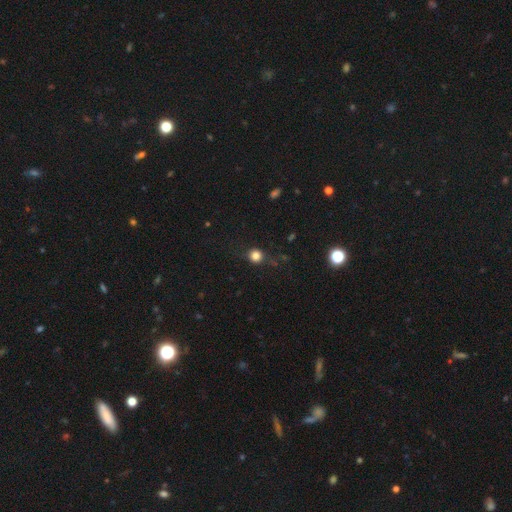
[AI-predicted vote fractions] Smooth or featured? smooth (80%)
How rounded? round (90%)
Merging? none (80%)